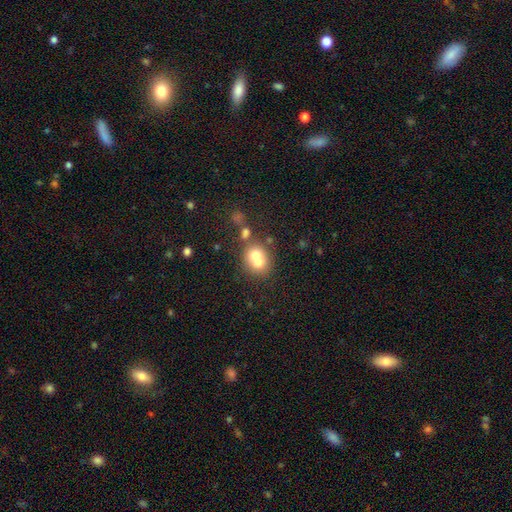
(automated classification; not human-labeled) Smooth or featured? Predicted: smooth (p=0.65). How rounded? Predicted: round (p=0.70). Merging? Predicted: merger (p=0.61).